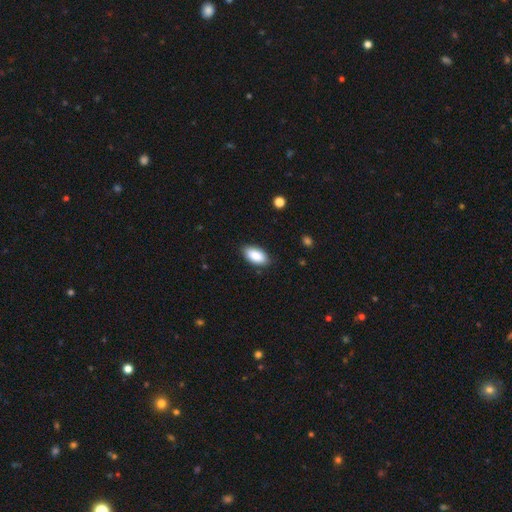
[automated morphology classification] type=smooth (89%); roundness=in between (94%); merging=none (86%).